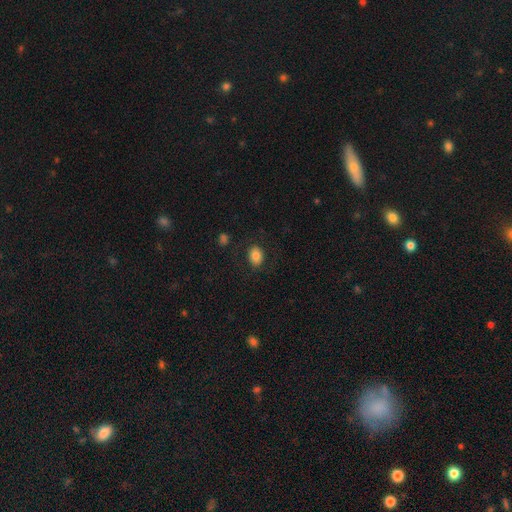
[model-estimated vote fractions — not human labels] Smooth or featured: smooth — 83% (star or artifact — 9%)
How rounded: in between — 62% (round — 37%)
Merging: none — 85% (minor disturbance — 10%)